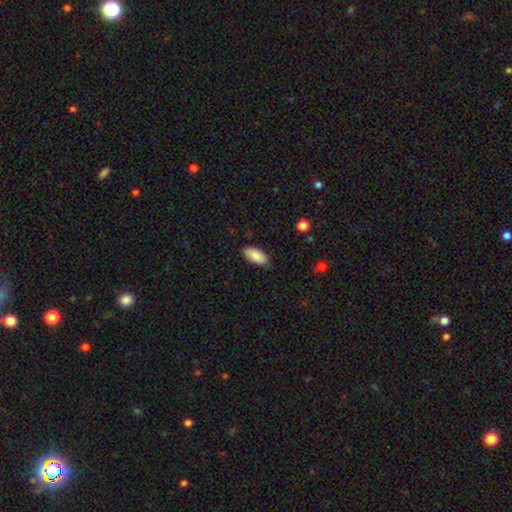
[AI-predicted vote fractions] smooth 88%, star or artifact 6%, featured or disk 6%. Down the decision tree: how rounded — in between (92%); merging — none (80%).